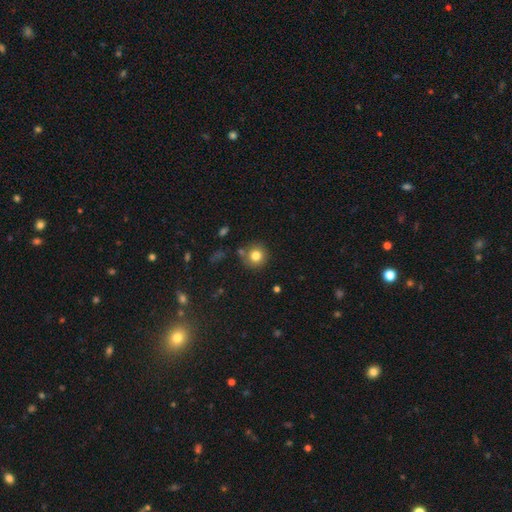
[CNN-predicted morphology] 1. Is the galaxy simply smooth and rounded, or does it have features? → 80% smooth, 11% star or artifact, 9% featured or disk.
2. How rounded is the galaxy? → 92% round, 7% in between, 1% cigar-shaped.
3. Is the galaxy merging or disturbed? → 78% none, 11% minor disturbance, 8% merger, 3% major disturbance.